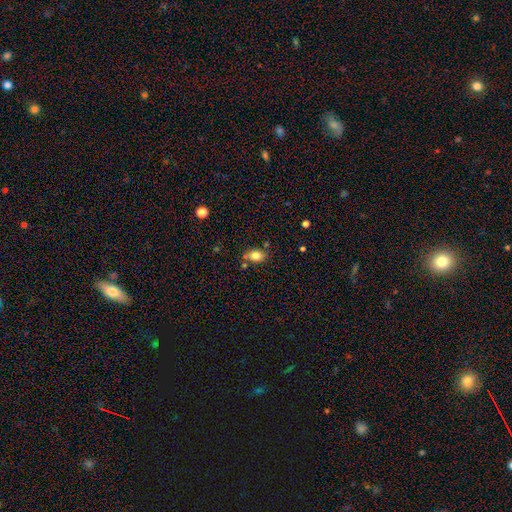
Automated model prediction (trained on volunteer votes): smooth-or-featured: smooth: 79% | star or artifact: 11% | featured or disk: 10%
  how-rounded: in between: 67% | round: 31% | cigar-shaped: 1%
  merging: none: 71% | minor disturbance: 15% | merger: 11% | major disturbance: 4%